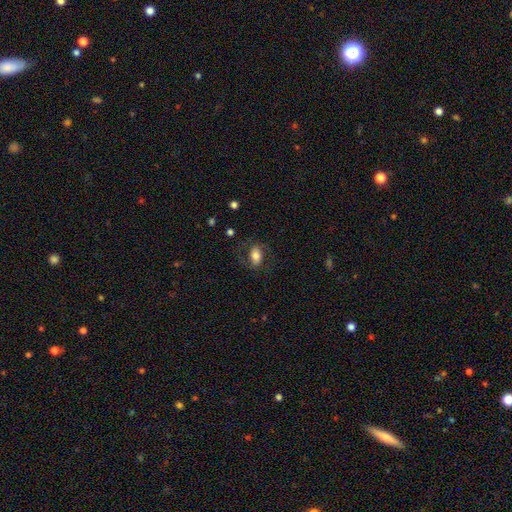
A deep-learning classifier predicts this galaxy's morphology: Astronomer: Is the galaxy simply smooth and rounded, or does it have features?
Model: smooth — 63%.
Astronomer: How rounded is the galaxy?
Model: in between — 85%.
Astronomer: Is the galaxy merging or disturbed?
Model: none — 68%.